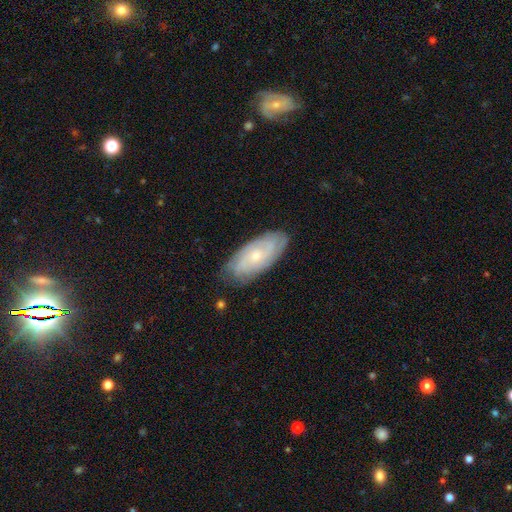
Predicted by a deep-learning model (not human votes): featured or disk 65%, smooth 28%, star or artifact 7%. Down the decision tree: edge-on disk — no (91%); bar — no (76%); spiral arms — yes (88%); spiral arm count — can't tell (50%); spiral winding — tight (67%); bulge size — small (65%); merging — none (80%).